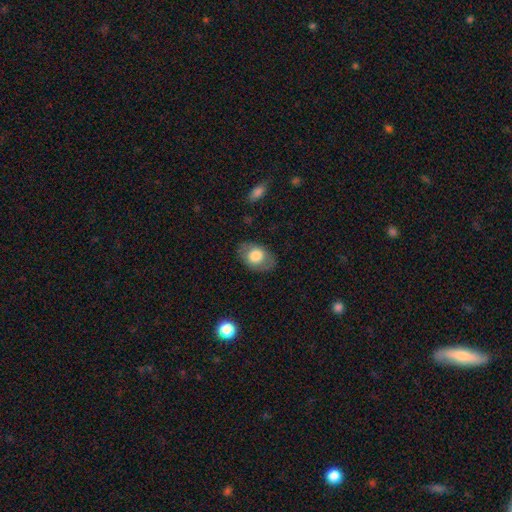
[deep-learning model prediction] smooth 73%, featured or disk 20%, star or artifact 7%. Down the decision tree: how rounded — in between (78%); merging — none (79%).